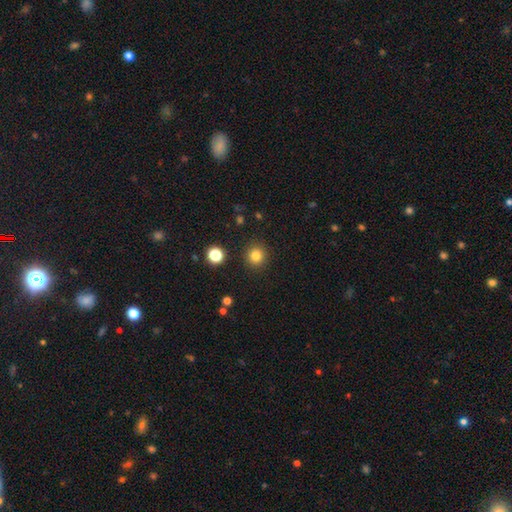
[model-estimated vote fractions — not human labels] Smooth or featured?
  - smooth: 82% *
  - star or artifact: 13%
  - featured or disk: 6%
How rounded?
  - round: 93% *
  - in between: 6%
  - cigar-shaped: 1%
Merging?
  - none: 91% *
  - minor disturbance: 5%
  - major disturbance: 2%
  - merger: 2%